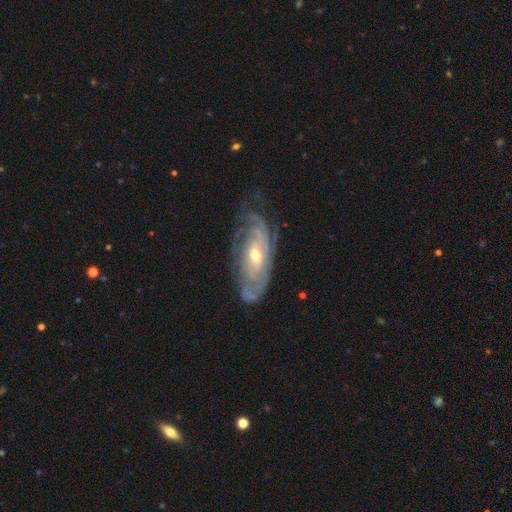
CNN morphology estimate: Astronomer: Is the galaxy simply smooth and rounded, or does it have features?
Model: featured or disk — 87%.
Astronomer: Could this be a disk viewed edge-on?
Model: no — 92%.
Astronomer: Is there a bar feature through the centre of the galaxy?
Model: no — 58%.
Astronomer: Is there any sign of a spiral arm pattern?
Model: yes — 95%.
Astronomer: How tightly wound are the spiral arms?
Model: tight — 71%.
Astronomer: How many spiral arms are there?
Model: can't tell — 40% (runner-up: 2, 17%).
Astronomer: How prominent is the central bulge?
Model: moderate — 53% (runner-up: small, 43%).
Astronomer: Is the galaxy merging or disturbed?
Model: none — 69%.